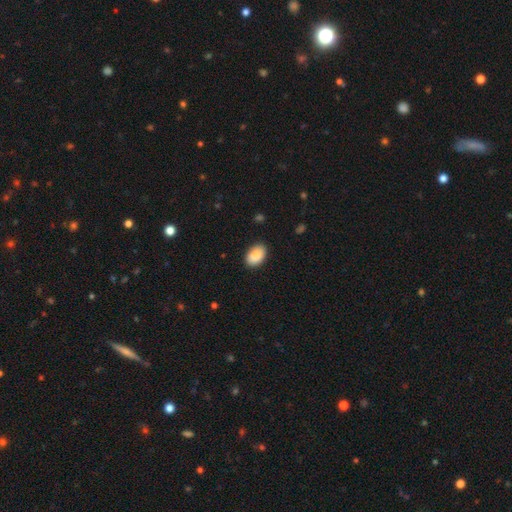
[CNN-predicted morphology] Overall: smooth (88%). How rounded: in between (90%). Merging: none (88%).